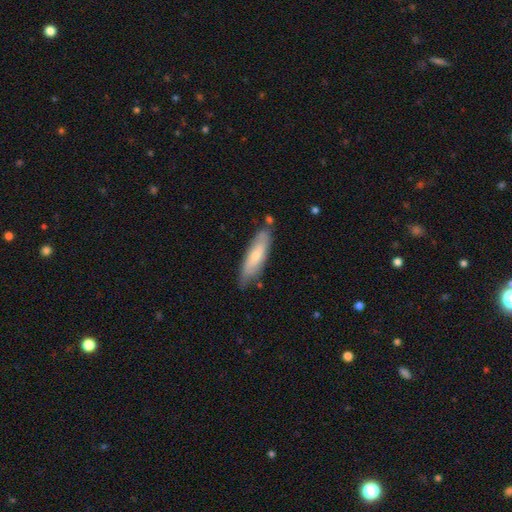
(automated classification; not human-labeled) A smooth galaxy with no disk features (60%) that is cigar-shaped (61%).

Vote fractions:
- Smooth or featured? smooth: 60% / featured or disk: 35% / star or artifact: 6%
- How rounded? cigar-shaped: 61% / in between: 38% / round: 2%
- Merging? none: 72% / minor disturbance: 20% / merger: 4% / major disturbance: 4%